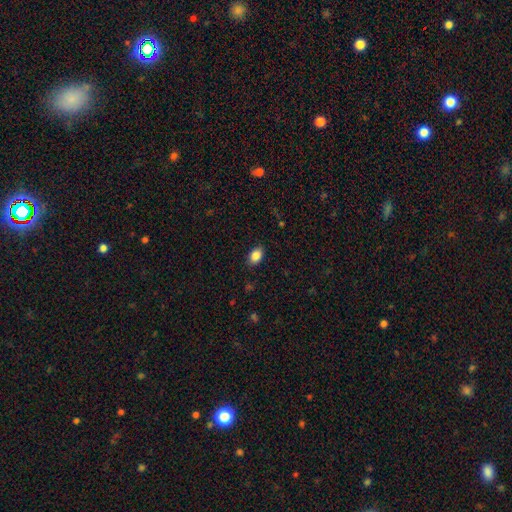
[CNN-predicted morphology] This is clearly a smooth galaxy (87%). How rounded: clearly in between (84%). Merging: clearly none (86%).